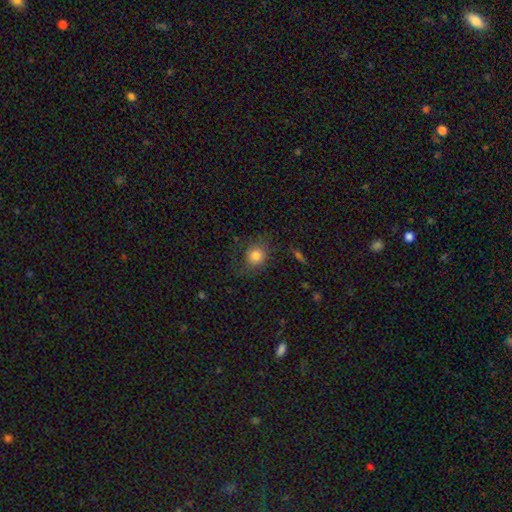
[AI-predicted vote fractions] Morphology: type=smooth (79%); roundness=round (75%); merging=none (69%).